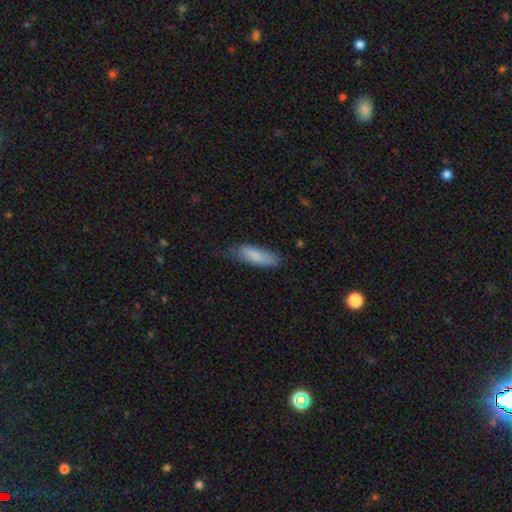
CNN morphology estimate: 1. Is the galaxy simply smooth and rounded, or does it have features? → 81% smooth, 13% featured or disk, 6% star or artifact.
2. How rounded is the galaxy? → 53% in between, 45% cigar-shaped, 2% round.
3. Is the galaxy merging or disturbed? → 61% none, 30% minor disturbance, 7% major disturbance, 2% merger.